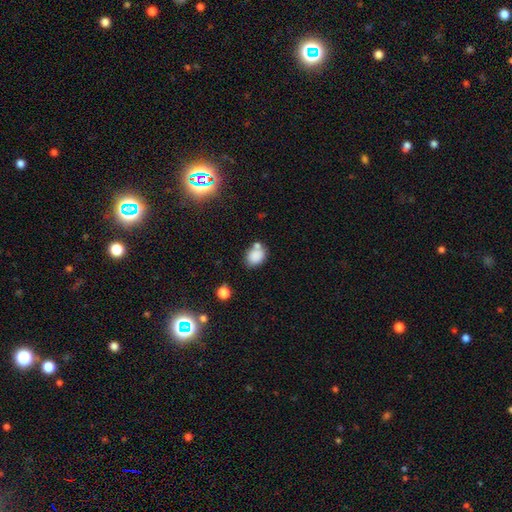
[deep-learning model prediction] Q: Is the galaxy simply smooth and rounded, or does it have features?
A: smooth — 83%.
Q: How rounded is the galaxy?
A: in between — 59%.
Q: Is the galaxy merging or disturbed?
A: none — 58%.